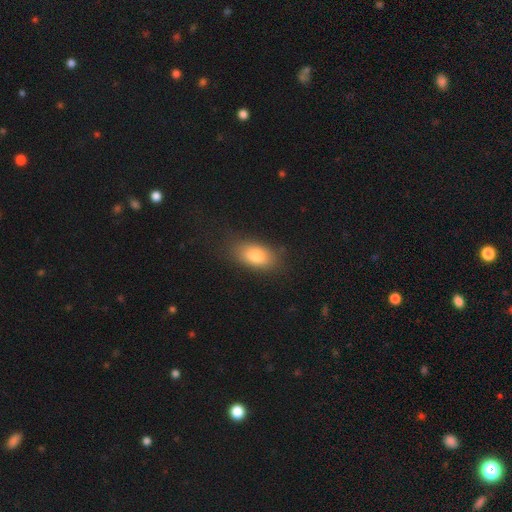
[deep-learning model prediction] Morphology: type=smooth (80%); roundness=in between (89%); merging=none (76%).